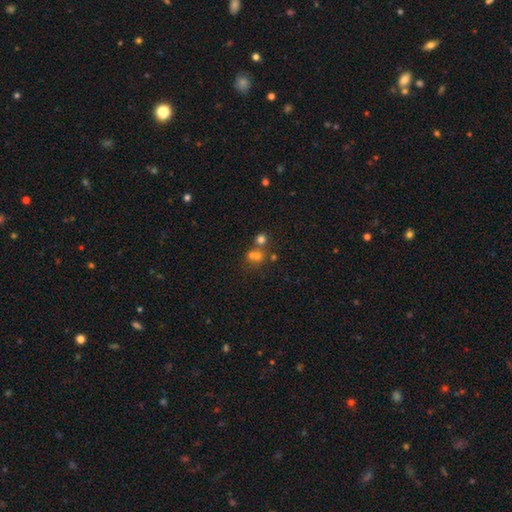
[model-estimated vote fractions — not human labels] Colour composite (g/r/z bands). It shows a smooth galaxy with no disk features (60%) that is round (82%). Merging: merger (47%).